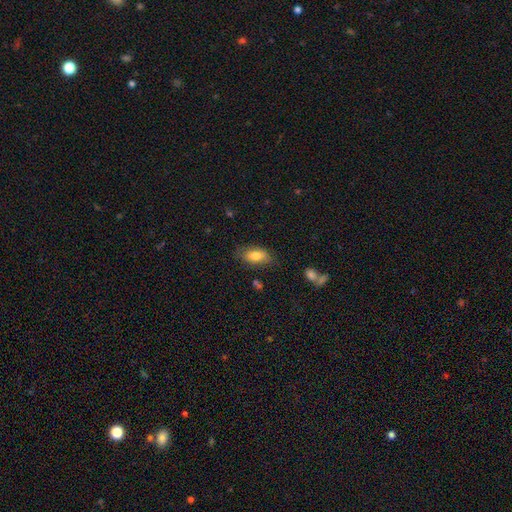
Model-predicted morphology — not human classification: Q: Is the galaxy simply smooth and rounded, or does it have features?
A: smooth — 78%.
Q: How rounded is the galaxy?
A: in between — 88%.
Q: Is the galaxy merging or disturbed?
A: none — 75%.